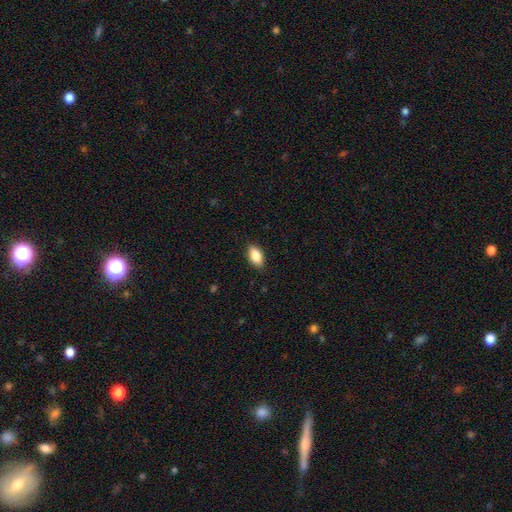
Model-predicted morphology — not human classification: Overall: smooth (86%). How rounded: in between (91%). Merging: none (87%).